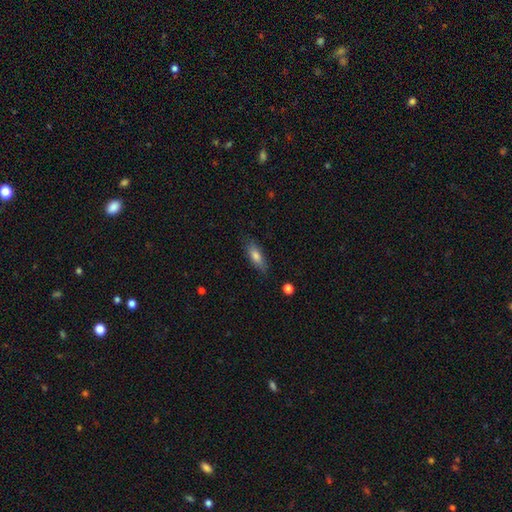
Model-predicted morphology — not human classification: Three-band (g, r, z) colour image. It shows a smooth galaxy with no disk features (75%) that is in between round and cigar-shaped (60%). Merging: none (80%).